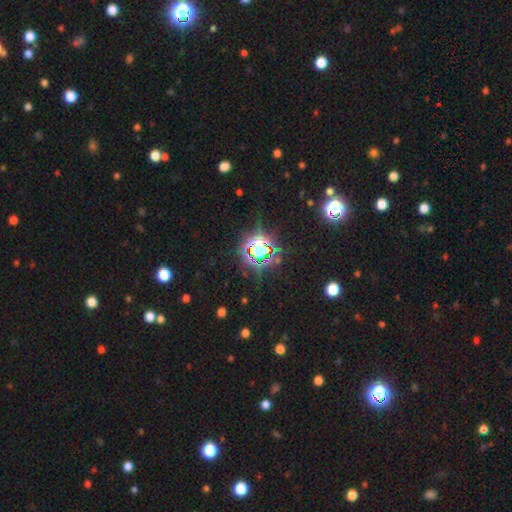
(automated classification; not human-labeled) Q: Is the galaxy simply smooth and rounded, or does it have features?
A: star or artifact — 78%.